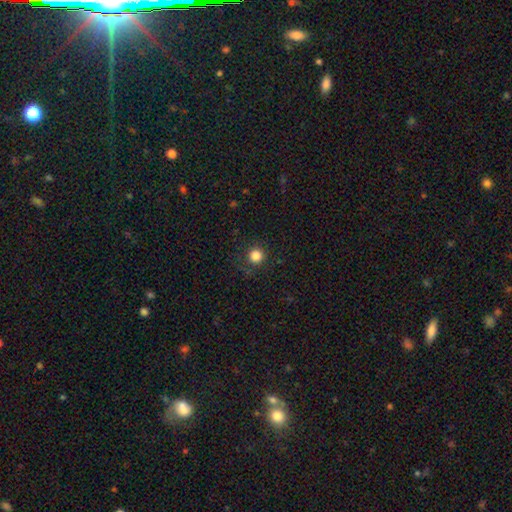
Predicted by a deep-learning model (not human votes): smooth_or_featured: smooth (p=0.83) [alt: star or artifact p=0.12]
how_rounded: round (p=0.95) [alt: in between p=0.04]
merging: none (p=0.87) [alt: minor disturbance p=0.08]